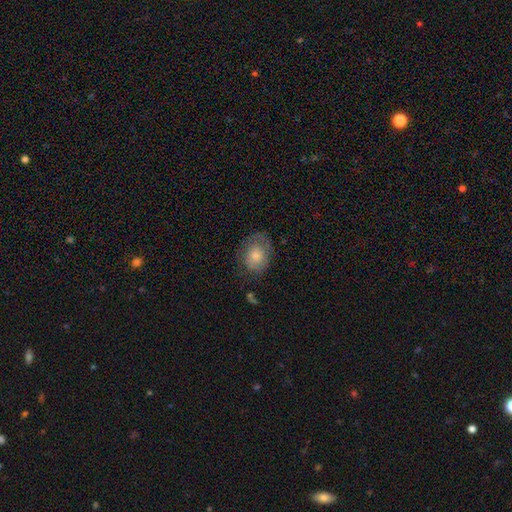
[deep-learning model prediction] Smooth or featured: smooth — 57% (featured or disk — 34%)
How rounded: in between — 57% (round — 42%)
Merging: none — 64% (minor disturbance — 23%)